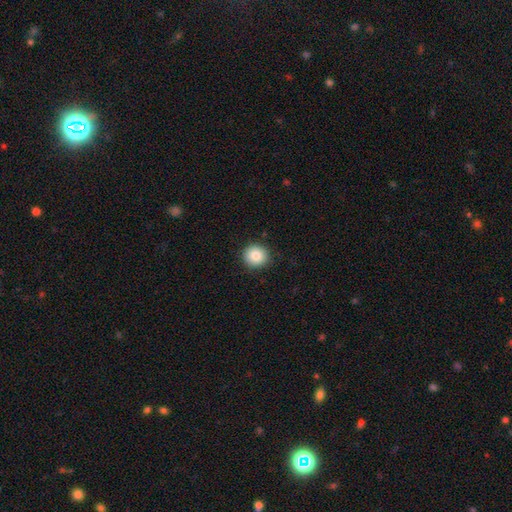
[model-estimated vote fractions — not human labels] smooth 84%, star or artifact 9%, featured or disk 7%. Down the decision tree: how rounded — round (92%); merging — none (90%).